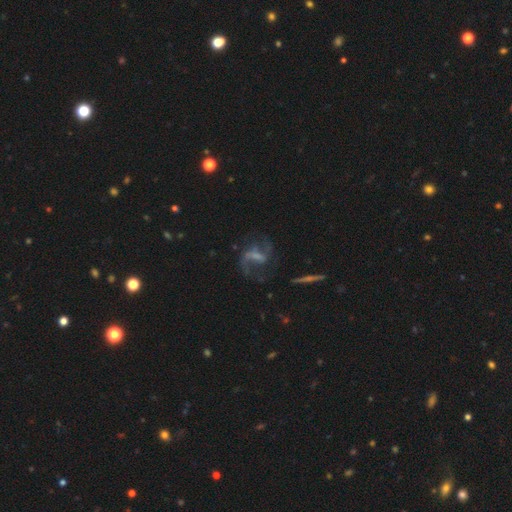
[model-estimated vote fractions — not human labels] This is likely a featured or disk galaxy (79%). It is clearly not viewed edge-on (95%). Bar: marginally weak (43%). Spiral arm pattern: clearly yes (90%). Spiral arm count: clearly 2 (84%). Spiral winding: likely loose (60%). Central bulge: possibly none (47%). Merging: possibly none (59%).